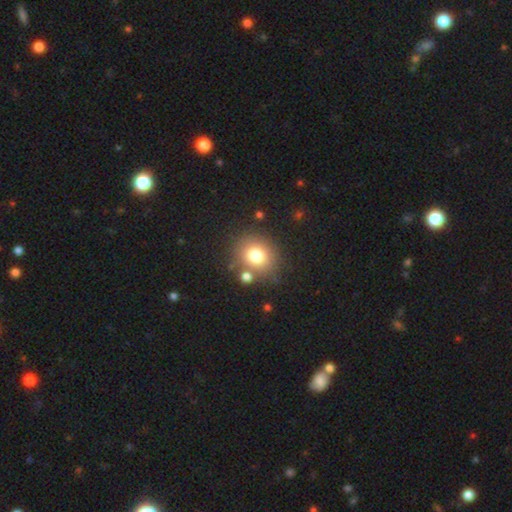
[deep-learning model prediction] smooth 75%, star or artifact 13%, featured or disk 12%. Down the decision tree: how rounded — round (76%); merging — none (71%).